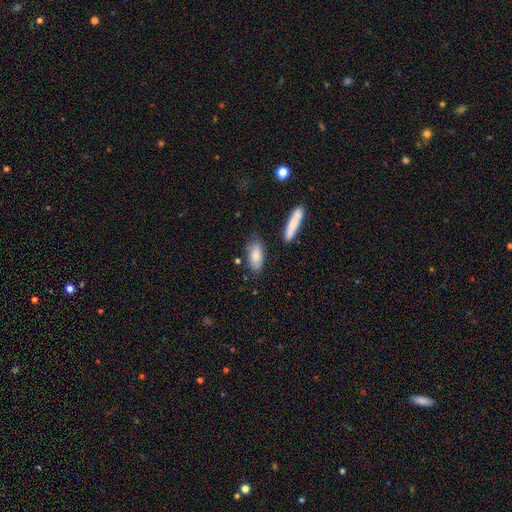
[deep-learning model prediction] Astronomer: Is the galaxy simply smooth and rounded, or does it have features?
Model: smooth — 81%.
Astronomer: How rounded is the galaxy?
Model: in between — 83%.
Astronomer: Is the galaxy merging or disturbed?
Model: none — 71%.